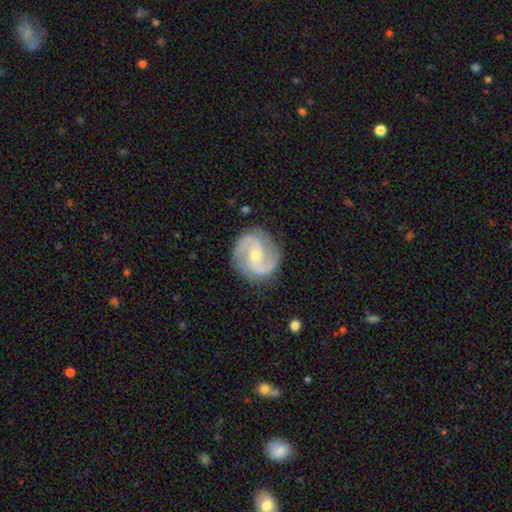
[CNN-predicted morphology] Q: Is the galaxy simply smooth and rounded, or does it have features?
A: featured or disk — 90%.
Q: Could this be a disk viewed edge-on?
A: no — 98%.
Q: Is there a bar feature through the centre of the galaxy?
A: no — 56%.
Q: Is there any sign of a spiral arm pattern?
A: yes — 98%.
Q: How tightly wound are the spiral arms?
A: medium — 55%.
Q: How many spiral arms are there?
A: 2 — 89%.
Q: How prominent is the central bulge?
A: small — 53%.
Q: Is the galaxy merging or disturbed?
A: none — 83%.